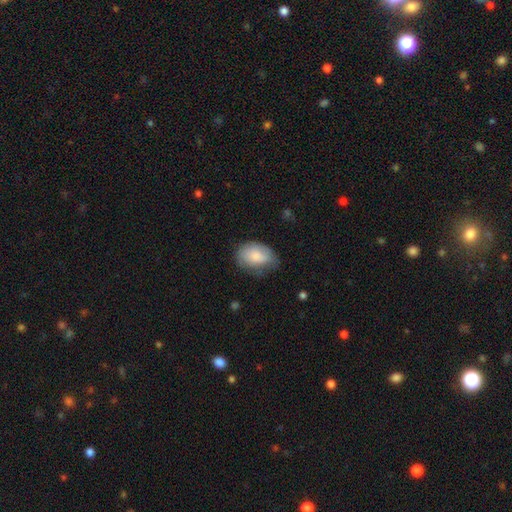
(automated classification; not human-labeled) Q: Smooth or featured?
A: smooth (81%); runner-up: featured or disk (13%)
Q: How rounded?
A: in between (85%); runner-up: round (14%)
Q: Merging?
A: none (55%); runner-up: minor disturbance (34%)